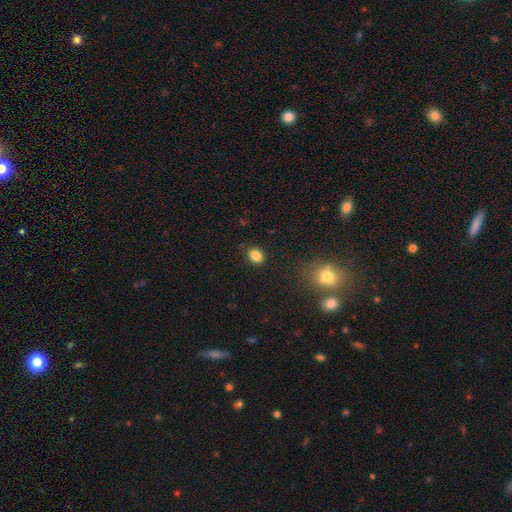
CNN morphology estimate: smooth 85%, star or artifact 11%, featured or disk 5%. Down the decision tree: how rounded — in between (56%); merging — none (87%).